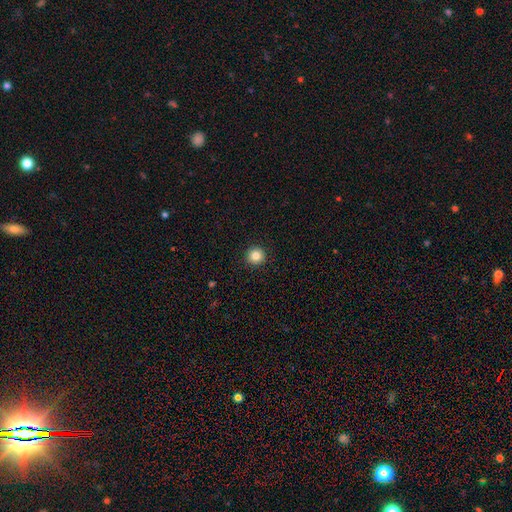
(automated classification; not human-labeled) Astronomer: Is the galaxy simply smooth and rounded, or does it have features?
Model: smooth — 85%.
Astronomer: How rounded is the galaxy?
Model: round — 96%.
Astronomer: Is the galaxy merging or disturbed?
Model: none — 93%.